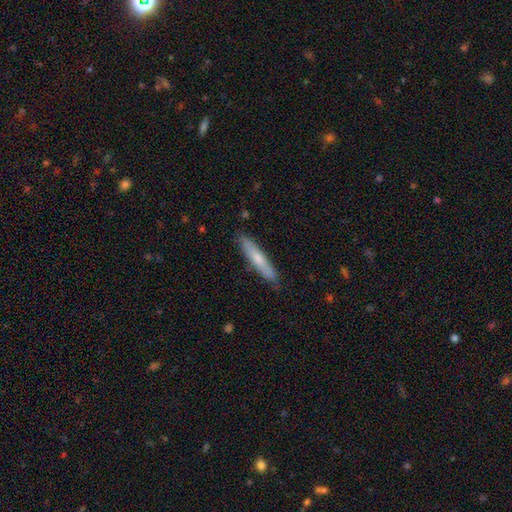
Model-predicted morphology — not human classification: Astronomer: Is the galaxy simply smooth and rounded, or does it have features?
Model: smooth — 57% (runner-up: featured or disk, 37%).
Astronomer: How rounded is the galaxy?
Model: cigar-shaped — 91%.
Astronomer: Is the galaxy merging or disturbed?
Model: none — 88%.